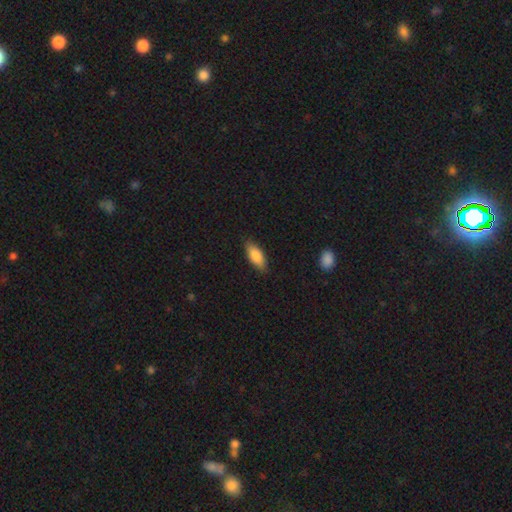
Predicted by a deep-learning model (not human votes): A smooth galaxy with no disk features (83%) that is in between round and cigar-shaped (78%). Merging: none (84%).